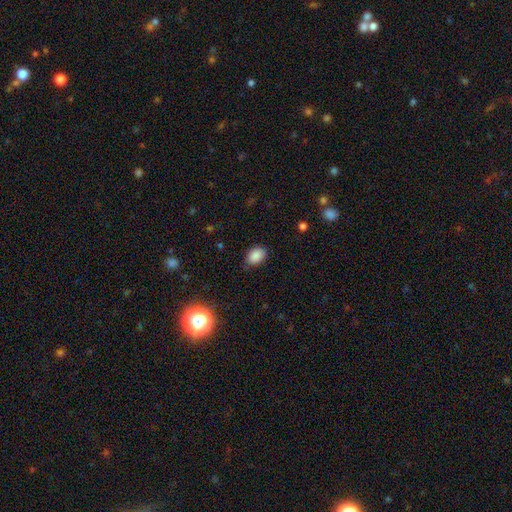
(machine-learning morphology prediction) Smooth or featured? Predicted: smooth (p=0.86). How rounded? Predicted: in between (p=0.77). Merging? Predicted: none (p=0.80).